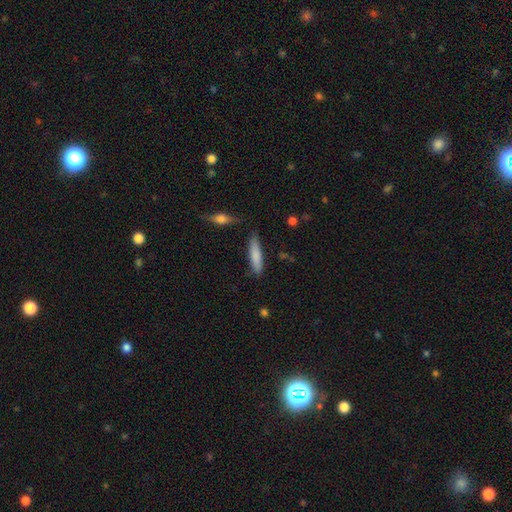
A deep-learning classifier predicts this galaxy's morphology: Smooth or featured?
  - smooth: 81% *
  - featured or disk: 13%
  - star or artifact: 6%
How rounded?
  - cigar-shaped: 76% *
  - in between: 22%
  - round: 1%
Merging?
  - none: 81% *
  - minor disturbance: 13%
  - merger: 3%
  - major disturbance: 3%